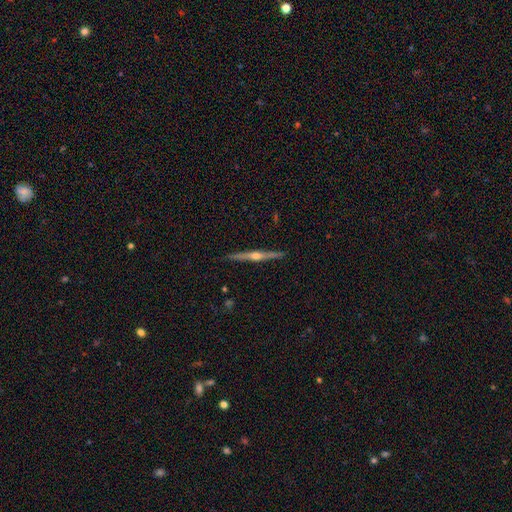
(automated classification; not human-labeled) This appears to be a featured or disk galaxy (85%) viewed edge-on (99%) with a rounded central bulge (94%). Merging: none (93%).